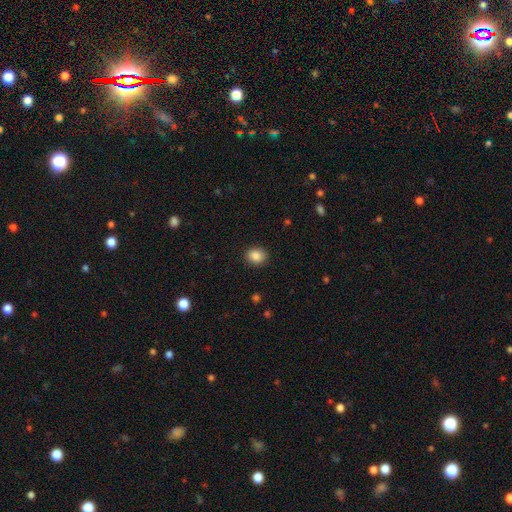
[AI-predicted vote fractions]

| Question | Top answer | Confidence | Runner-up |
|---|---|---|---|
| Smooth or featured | smooth | 87% | star or artifact (9%) |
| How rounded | round | 67% | in between (32%) |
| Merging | none | 89% | minor disturbance (8%) |